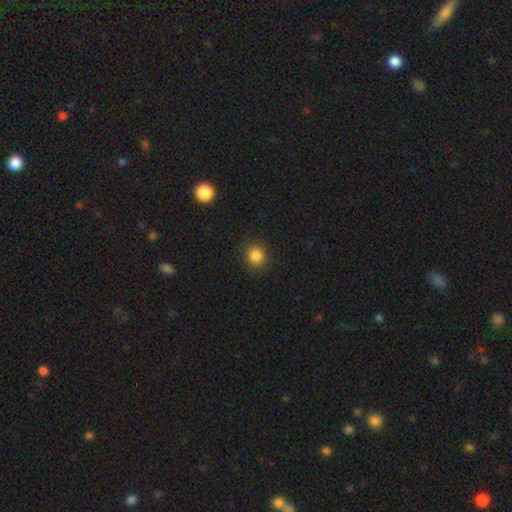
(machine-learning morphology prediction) smooth_or_featured: smooth (p=0.85) [alt: star or artifact p=0.11]
how_rounded: round (p=0.87) [alt: in between p=0.12]
merging: none (p=0.90) [alt: minor disturbance p=0.07]